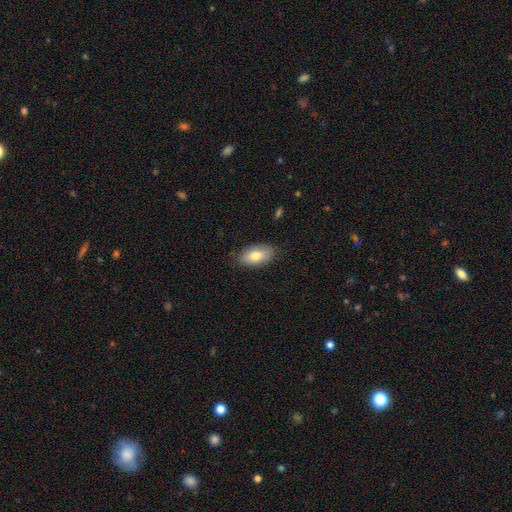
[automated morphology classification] A smooth galaxy with no disk features (77%) that is in between round and cigar-shaped (93%).

Vote fractions:
- Smooth or featured? smooth: 77% / featured or disk: 17% / star or artifact: 7%
- How rounded? in between: 93% / round: 4% / cigar-shaped: 3%
- Merging? none: 84% / minor disturbance: 12% / major disturbance: 2% / merger: 1%